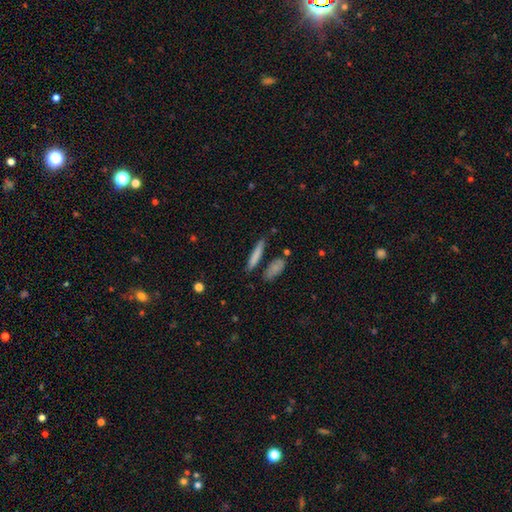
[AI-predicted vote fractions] The model was most divided on "smooth or featured": smooth: 77%, featured or disk: 17%, star or artifact: 6%. More confident: how rounded — cigar-shaped (89%); merging — none (81%).